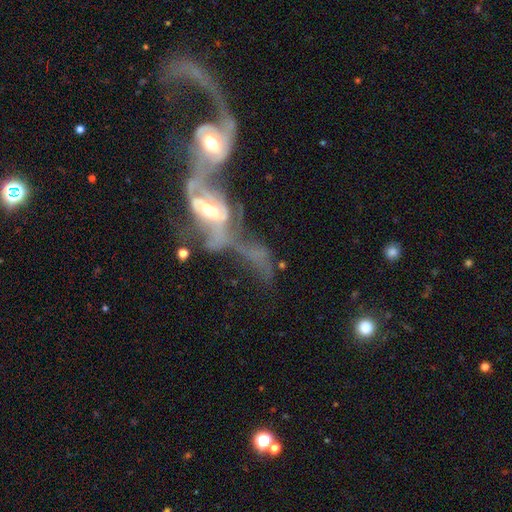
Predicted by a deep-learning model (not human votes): Smooth or featured: featured or disk — 72% (smooth — 16%)
Edge-on disk: no — 87% (yes — 13%)
Bar: no — 44% (weak — 31%)
Spiral arms: yes — 61% (no — 39%)
Bulge size: moderate — 57% (small — 23%)
Merging: merger — 61% (major disturbance — 25%)